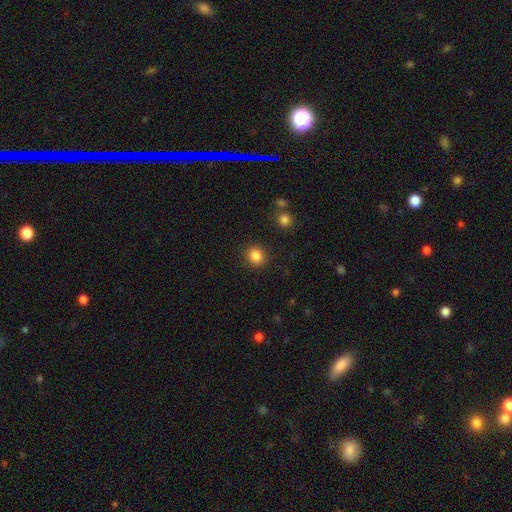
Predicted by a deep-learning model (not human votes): This is clearly a smooth galaxy (85%). How rounded: likely round (71%). Merging: clearly none (89%).